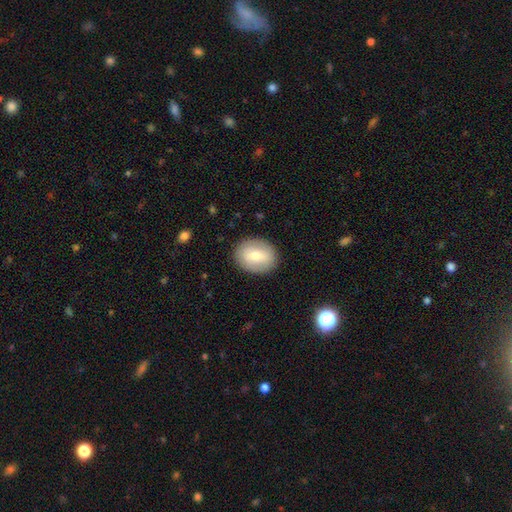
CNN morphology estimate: smooth 67%, featured or disk 27%, star or artifact 7%. Down the decision tree: how rounded — in between (54%); merging — none (87%).